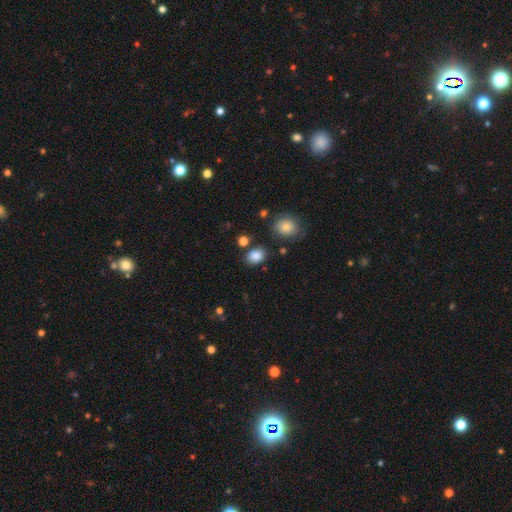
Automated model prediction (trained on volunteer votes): A smooth galaxy with no disk features (85%) that is in between round and cigar-shaped (59%).

Vote fractions:
- Smooth or featured? smooth: 85% / star or artifact: 11% / featured or disk: 5%
- How rounded? in between: 59% / round: 40% / cigar-shaped: 1%
- Merging? none: 78% / minor disturbance: 13% / merger: 6% / major disturbance: 4%